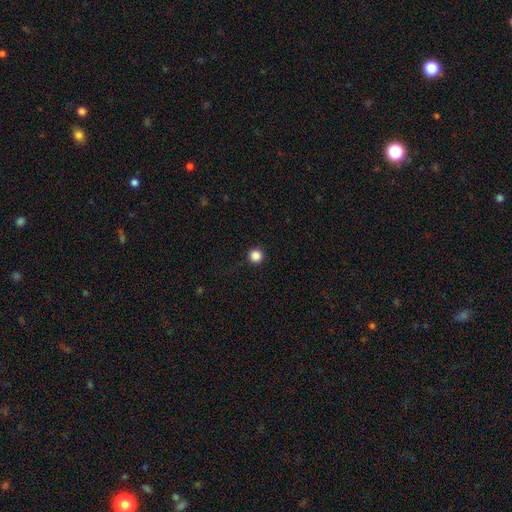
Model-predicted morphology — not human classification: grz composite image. It shows a smooth galaxy with no disk features (86%) that is round (97%). Merging: none (93%).